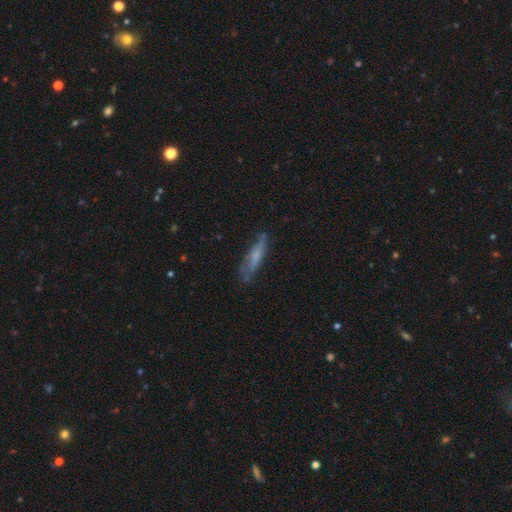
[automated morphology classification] Smooth or featured: smooth — 51% (featured or disk — 40%)
How rounded: cigar-shaped — 78% (in between — 21%)
Merging: none — 65% (minor disturbance — 24%)